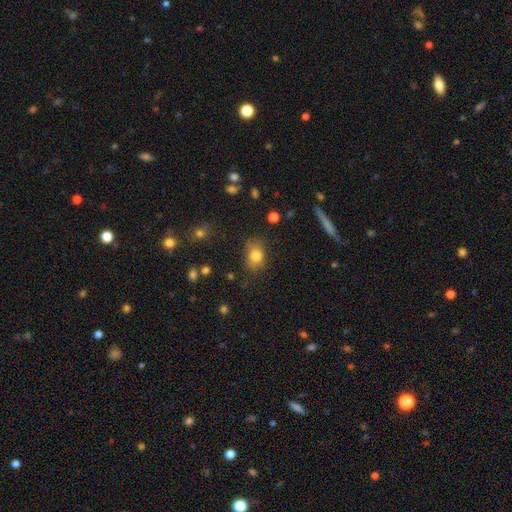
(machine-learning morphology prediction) This is clearly a smooth galaxy (81%). How rounded: likely in between (68%). Merging: likely none (72%).